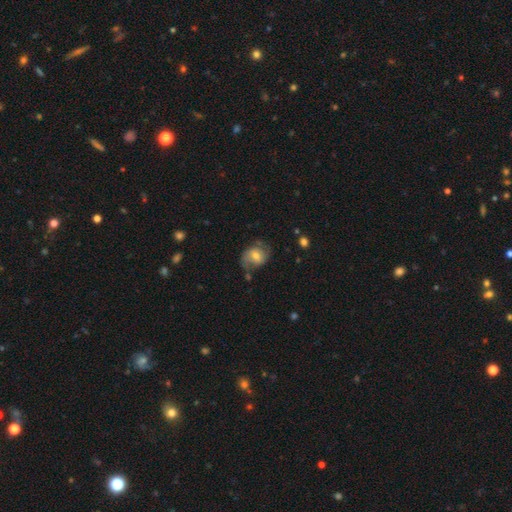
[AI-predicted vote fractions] Overall: featured or disk (47%; smooth 45%). Merging: none (56%; minor disturbance 25%).